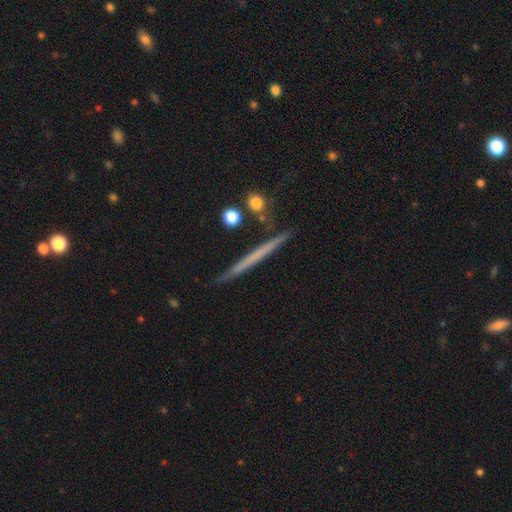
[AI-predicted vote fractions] Morphology: type=featured or disk (49%); merging=none (88%).